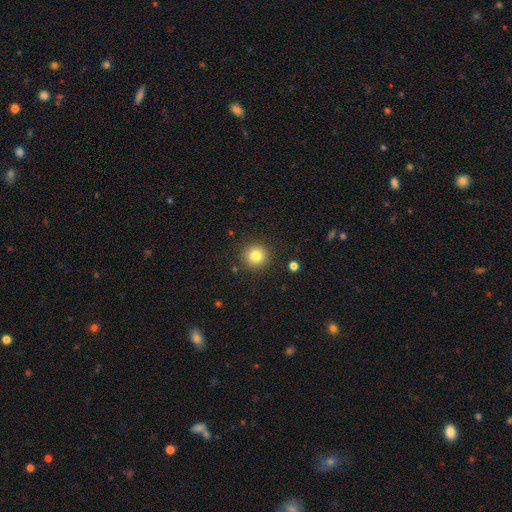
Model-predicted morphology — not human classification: Smooth or featured?
  - smooth: 82% *
  - star or artifact: 11%
  - featured or disk: 7%
How rounded?
  - round: 95% *
  - in between: 4%
  - cigar-shaped: 1%
Merging?
  - none: 90% *
  - minor disturbance: 6%
  - major disturbance: 2%
  - merger: 1%